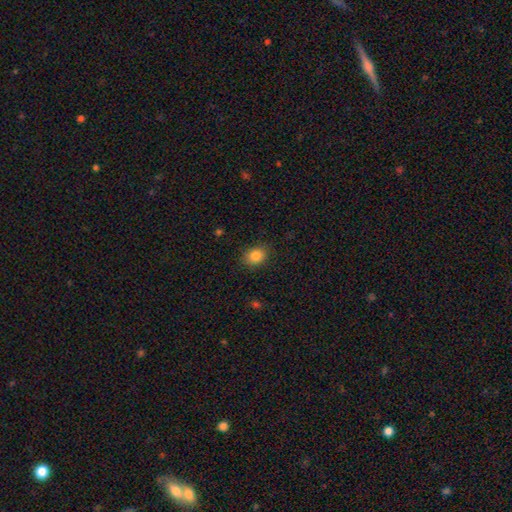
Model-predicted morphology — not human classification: Smooth or featured? Predicted: smooth (p=0.84). How rounded? Predicted: round (p=0.50). Merging? Predicted: none (p=0.87).